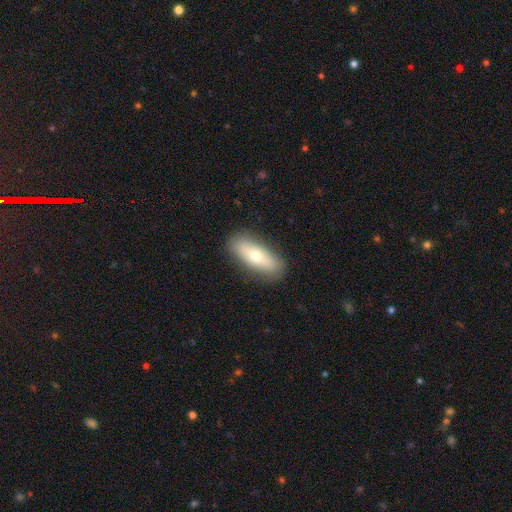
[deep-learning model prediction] smooth-or-featured: smooth: 65% | featured or disk: 29% | star or artifact: 6%
  how-rounded: in between: 63% | cigar-shaped: 34% | round: 3%
  merging: none: 87% | minor disturbance: 9% | major disturbance: 2% | merger: 1%